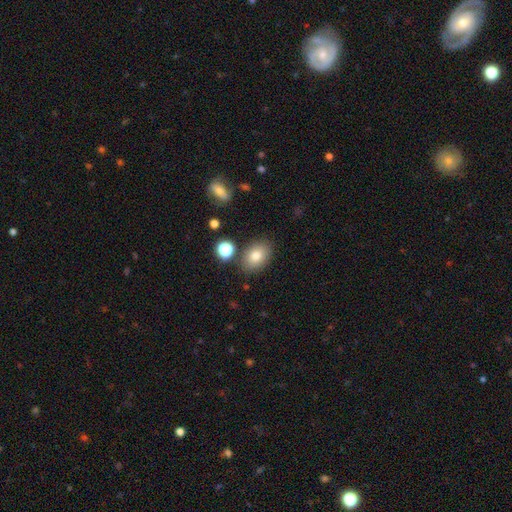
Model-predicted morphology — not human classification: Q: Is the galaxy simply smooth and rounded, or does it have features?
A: smooth — 80%.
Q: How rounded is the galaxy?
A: in between — 78%.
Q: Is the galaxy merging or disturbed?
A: none — 81%.